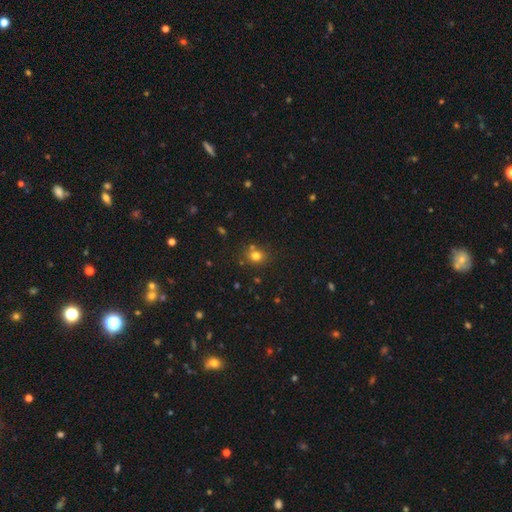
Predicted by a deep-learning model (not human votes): Smooth or featured?
  - smooth: 76% *
  - star or artifact: 16%
  - featured or disk: 8%
How rounded?
  - round: 69% *
  - in between: 30%
  - cigar-shaped: 1%
Merging?
  - none: 72% *
  - merger: 13%
  - minor disturbance: 11%
  - major disturbance: 3%